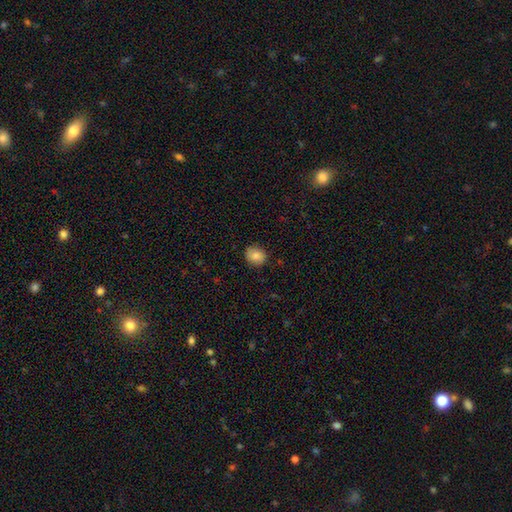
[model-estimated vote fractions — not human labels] Morphology: type=smooth (85%); roundness=round (66%); merging=none (86%).